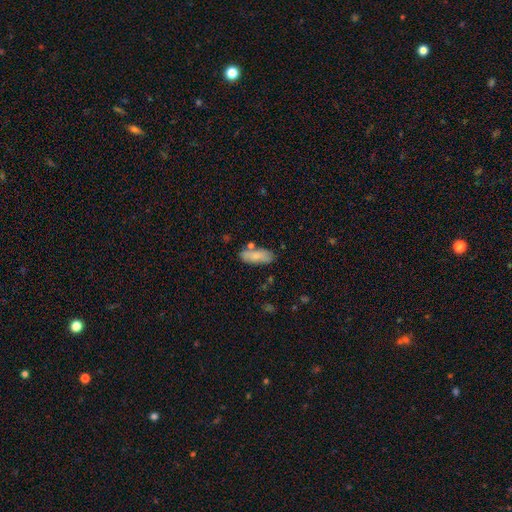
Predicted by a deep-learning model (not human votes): Morphology: type=smooth (78%); roundness=in between (75%); merging=none (68%).